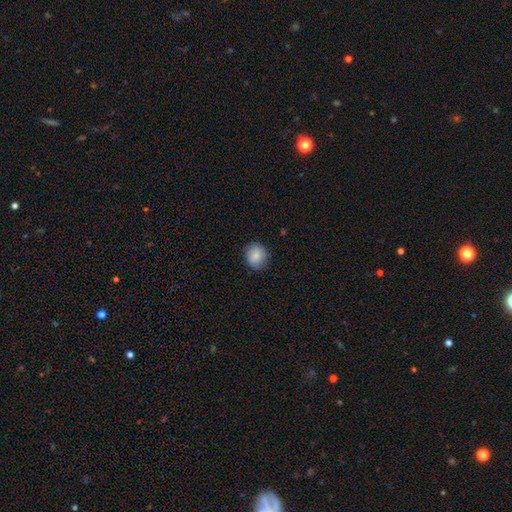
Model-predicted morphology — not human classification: Overall: smooth (86%). How rounded: round (74%). Merging: none (84%).